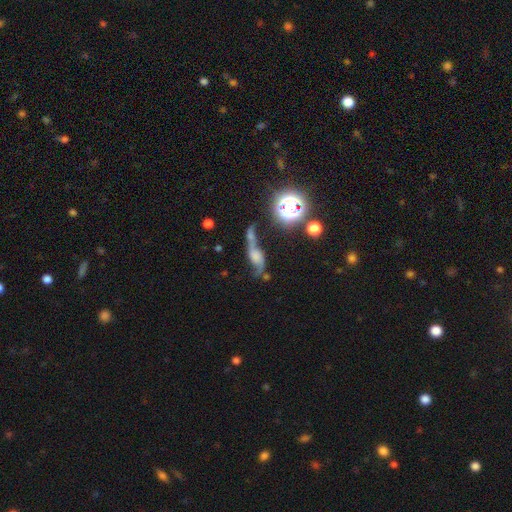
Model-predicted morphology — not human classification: Q: Smooth or featured?
A: featured or disk (57%); runner-up: smooth (27%)
Q: Edge-on disk?
A: no (87%); runner-up: yes (13%)
Q: Merging?
A: merger (37%); runner-up: none (31%)